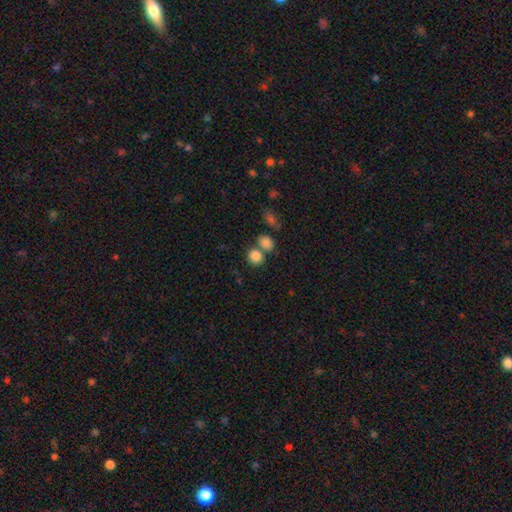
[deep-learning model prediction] The model was most divided on "merging": none: 55%, merger: 33%, minor disturbance: 8%, major disturbance: 3%. More confident: smooth or featured — smooth (84%); how rounded — round (82%).